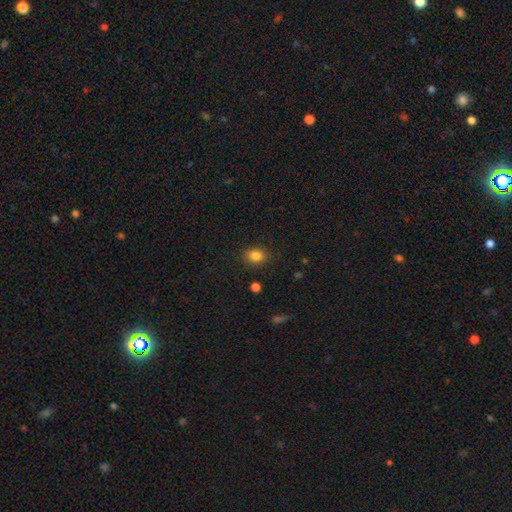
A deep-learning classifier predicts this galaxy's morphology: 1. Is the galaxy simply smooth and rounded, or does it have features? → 83% smooth, 11% star or artifact, 6% featured or disk.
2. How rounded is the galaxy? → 53% in between, 46% round, 1% cigar-shaped.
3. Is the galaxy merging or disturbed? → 86% none, 10% minor disturbance, 3% major disturbance, 2% merger.